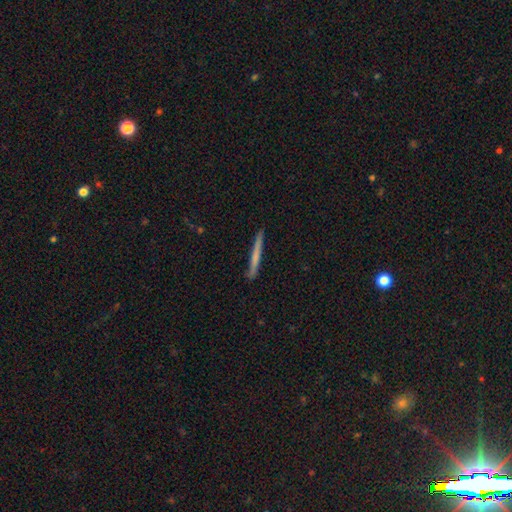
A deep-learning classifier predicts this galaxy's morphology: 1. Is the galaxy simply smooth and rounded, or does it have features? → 59% smooth, 35% featured or disk, 6% star or artifact.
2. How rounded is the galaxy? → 97% cigar-shaped, 2% in between, 1% round.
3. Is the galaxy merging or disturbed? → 89% none, 8% minor disturbance, 1% major disturbance, 1% merger.